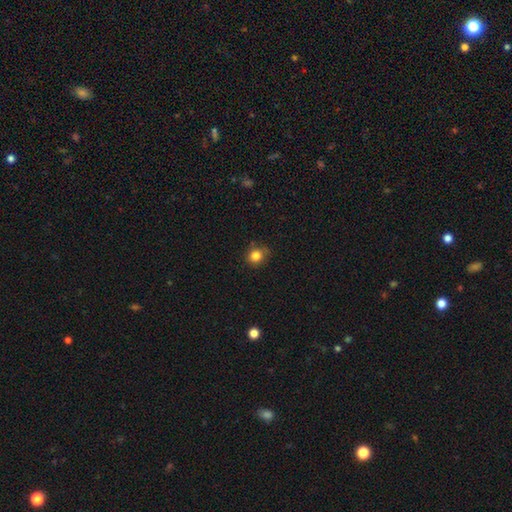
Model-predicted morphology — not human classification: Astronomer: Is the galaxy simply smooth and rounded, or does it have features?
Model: smooth — 83%.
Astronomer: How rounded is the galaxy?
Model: round — 84%.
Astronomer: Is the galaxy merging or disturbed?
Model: none — 77%.